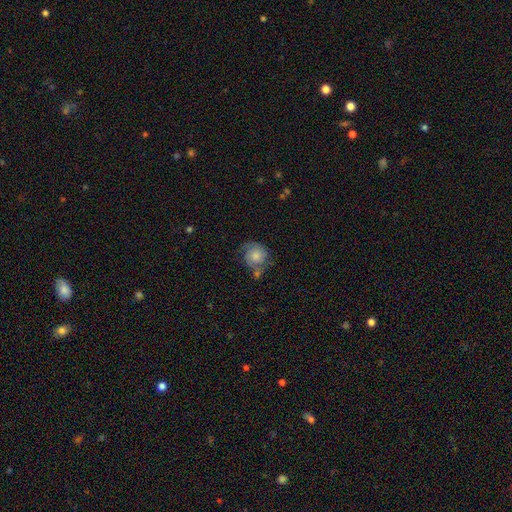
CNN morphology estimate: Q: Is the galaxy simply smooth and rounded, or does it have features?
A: smooth — 51%.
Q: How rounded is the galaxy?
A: round — 82%.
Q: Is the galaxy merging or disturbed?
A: none — 47%.